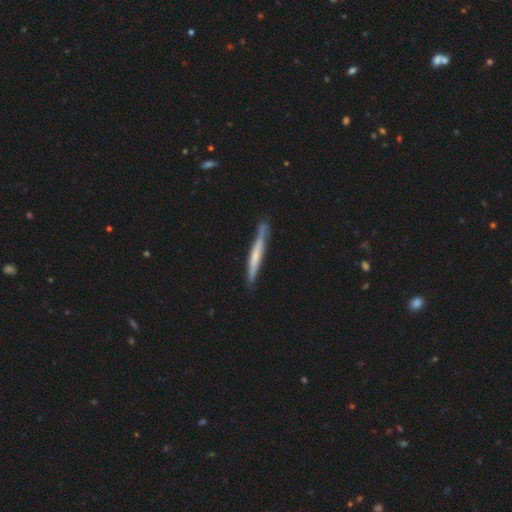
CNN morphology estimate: Overall: featured or disk (49%; smooth 46%). Merging: none (81%).